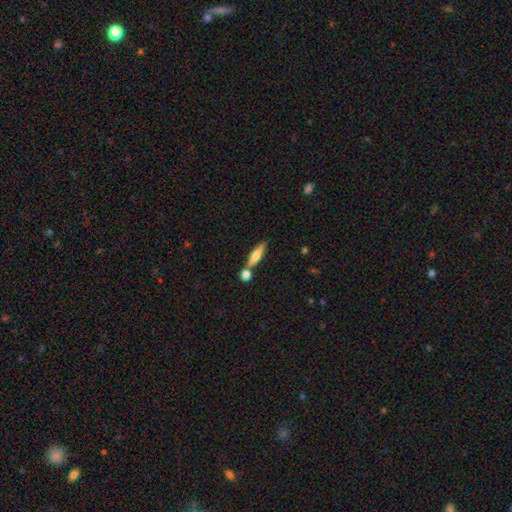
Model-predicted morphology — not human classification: Smooth or featured? Predicted: smooth (p=0.55). How rounded? Predicted: cigar-shaped (p=0.75). Merging? Predicted: none (p=0.63).